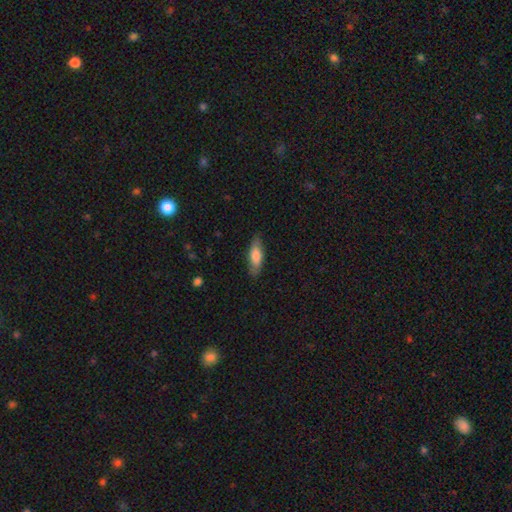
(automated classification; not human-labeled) A smooth galaxy with no disk features (74%) that is in between round and cigar-shaped (54%). Merging: none (82%).